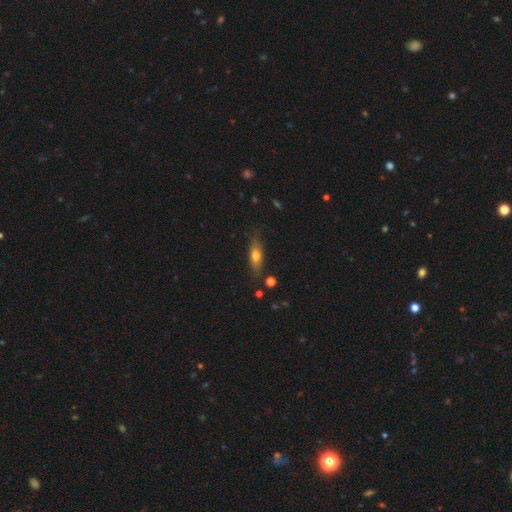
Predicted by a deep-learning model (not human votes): Smooth or featured? Predicted: smooth (p=0.62). How rounded? Predicted: in between (p=0.51). Merging? Predicted: none (p=0.78).